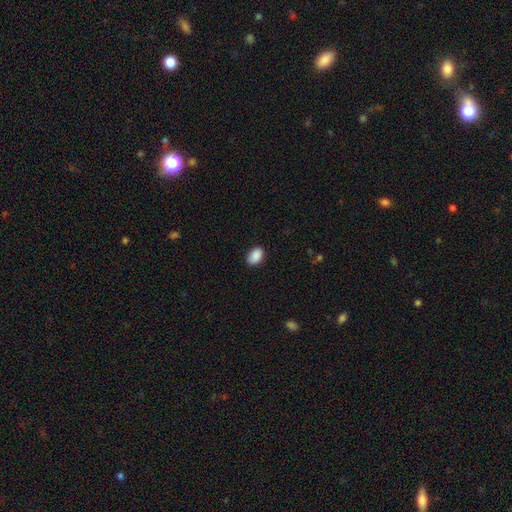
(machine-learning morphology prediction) smooth 90%, star or artifact 7%, featured or disk 3%. Down the decision tree: how rounded — in between (87%); merging — none (85%).